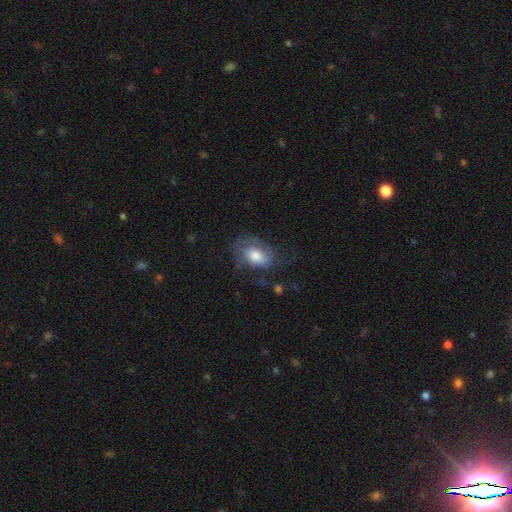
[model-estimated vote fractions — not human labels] A smooth galaxy with no disk features (51%) that is in between round and cigar-shaped (82%).

Vote fractions:
- Smooth or featured? smooth: 51% / featured or disk: 41% / star or artifact: 9%
- How rounded? in between: 82% / round: 16% / cigar-shaped: 2%
- Merging? none: 47% / minor disturbance: 26% / major disturbance: 25% / merger: 2%